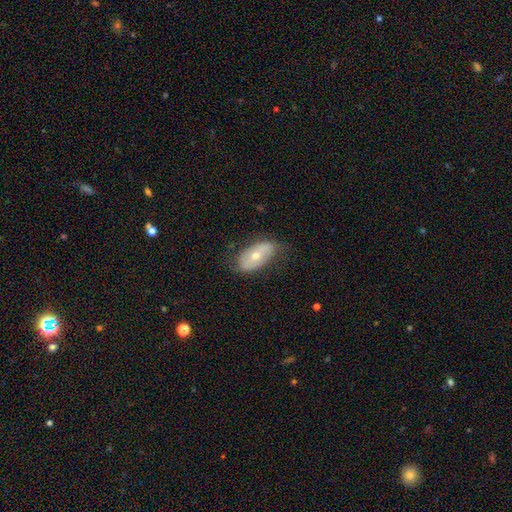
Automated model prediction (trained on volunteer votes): smooth-or-featured: featured or disk: 55% | smooth: 37% | star or artifact: 8%
  disk-edge-on: no: 89% | yes: 11%
  merging: none: 65% | minor disturbance: 25% | major disturbance: 9% | merger: 1%